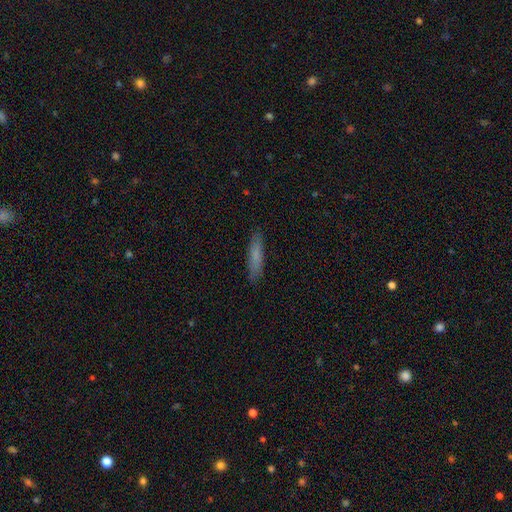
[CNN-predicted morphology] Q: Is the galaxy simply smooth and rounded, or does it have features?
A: smooth — 75%.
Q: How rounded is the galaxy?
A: cigar-shaped — 82%.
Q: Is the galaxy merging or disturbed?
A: none — 87%.